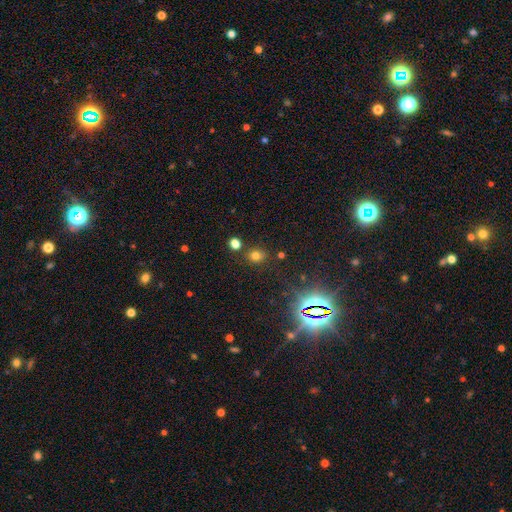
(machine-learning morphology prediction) Smooth or featured? smooth (69%)
How rounded? round (67%)
Merging? none (79%)